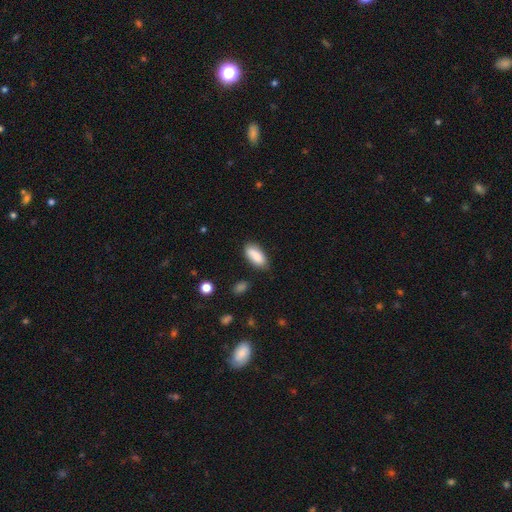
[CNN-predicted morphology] This appears to be a smooth galaxy with no disk features (88%) that is in between round and cigar-shaped (85%). Merging: none (76%).